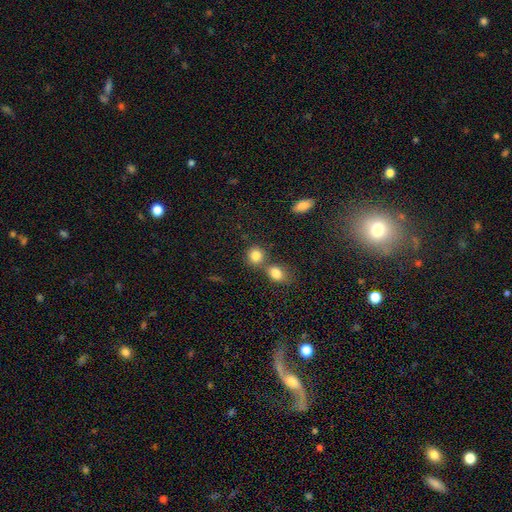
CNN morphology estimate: Smooth or featured? Predicted: smooth (p=0.83). How rounded? Predicted: round (p=0.79). Merging? Predicted: none (p=0.57).